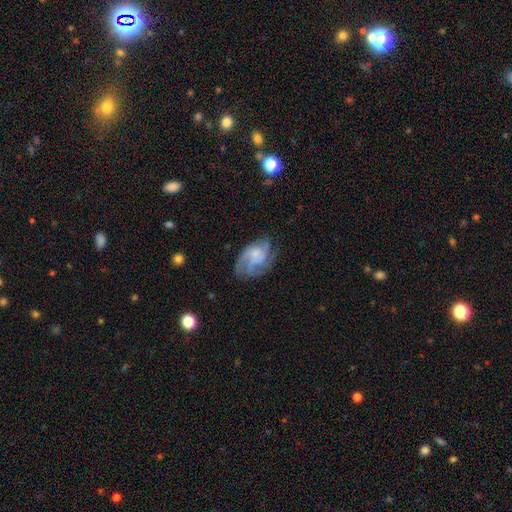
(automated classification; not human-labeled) A featured or disk galaxy (71%) with no bar (73%), 3 (32%) medium (45%) spiral arms (91%) and a small central bulge (35%).

Vote fractions:
- Smooth or featured? featured or disk: 71% / smooth: 21% / star or artifact: 8%
- Edge-on disk? no: 97% / yes: 3%
- Bar? no: 73% / weak: 24% / strong: 3%
- Spiral arms? yes: 91% / no: 9%
- Spiral winding? medium: 45% / tight: 32% / loose: 22%
- Spiral arm count? 3: 32% / can't tell: 24% / 4: 21% / 2: 11% / more than 4: 7% / 1: 6%
- Bulge size? small: 35% / none: 30% / moderate: 25% / large: 8% / dominant: 2%
- Merging? none: 61% / minor disturbance: 21% / major disturbance: 16% / merger: 2%